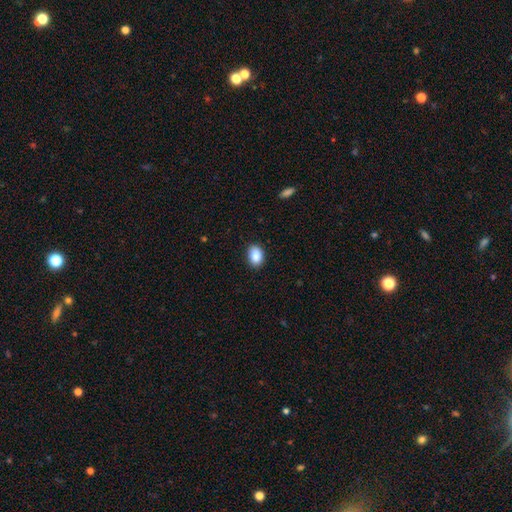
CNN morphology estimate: smooth_or_featured: smooth (p=0.89) [alt: star or artifact p=0.08]
how_rounded: in between (p=0.81) [alt: round p=0.18]
merging: none (p=0.88) [alt: minor disturbance p=0.09]